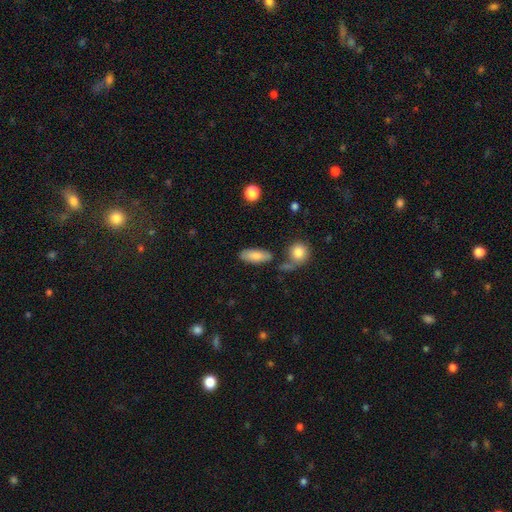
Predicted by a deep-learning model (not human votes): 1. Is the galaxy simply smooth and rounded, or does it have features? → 82% smooth, 12% featured or disk, 7% star or artifact.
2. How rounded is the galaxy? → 78% in between, 19% cigar-shaped, 3% round.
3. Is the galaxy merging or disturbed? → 70% none, 15% minor disturbance, 10% merger, 5% major disturbance.